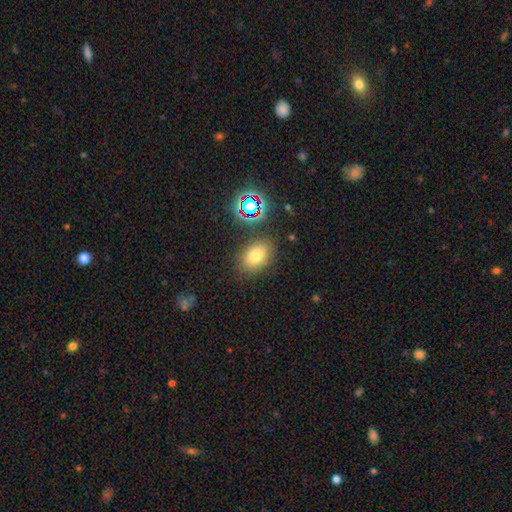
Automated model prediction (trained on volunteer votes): Overall: smooth (71%). How rounded: in between (76%). Merging: none (82%).